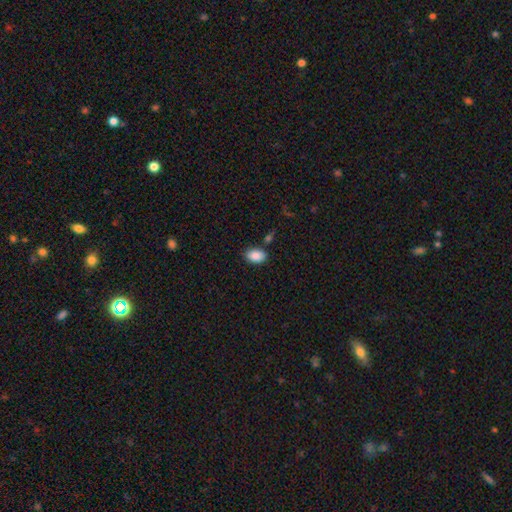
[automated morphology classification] Smooth or featured: smooth — 89% (star or artifact — 7%)
How rounded: in between — 89% (round — 10%)
Merging: none — 81% (minor disturbance — 12%)